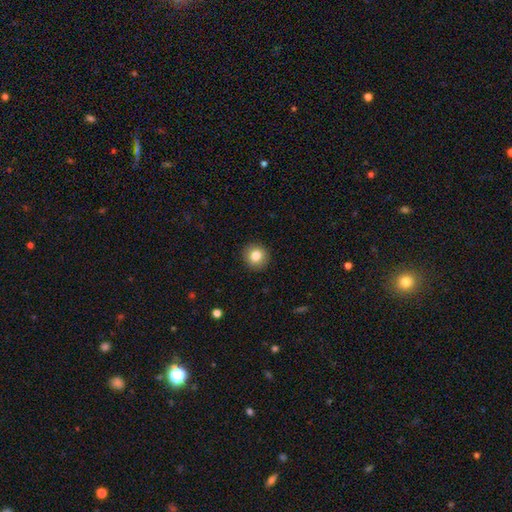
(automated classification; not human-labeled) Morphology: type=smooth (83%); roundness=round (91%); merging=none (92%).